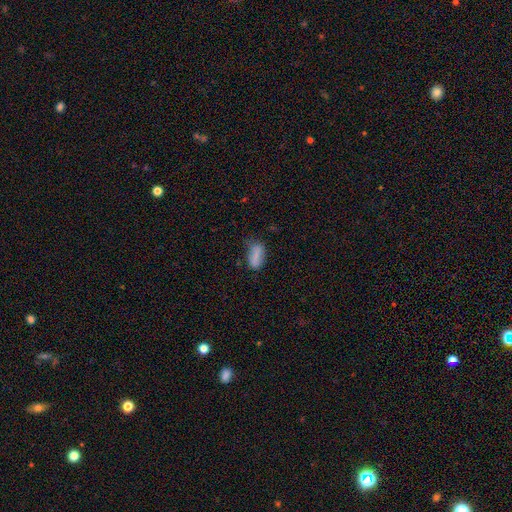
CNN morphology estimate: Q: Smooth or featured?
A: smooth (79%); runner-up: featured or disk (12%)
Q: How rounded?
A: in between (84%); runner-up: cigar-shaped (13%)
Q: Merging?
A: none (56%); runner-up: minor disturbance (30%)